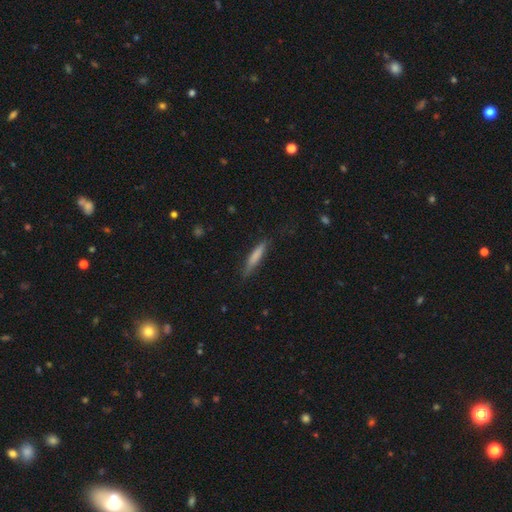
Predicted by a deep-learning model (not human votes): A smooth galaxy with no disk features (75%) that is cigar-shaped (89%). Merging: none (79%).